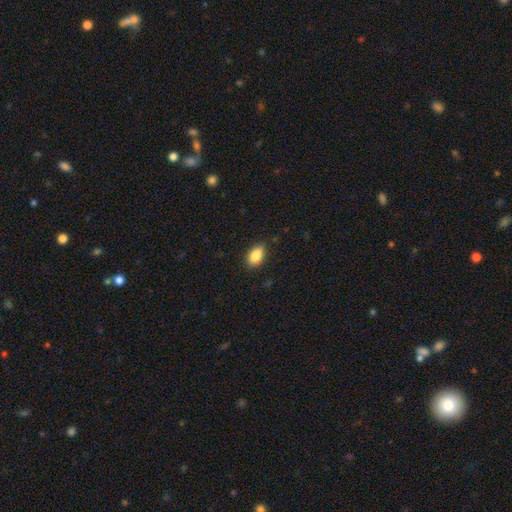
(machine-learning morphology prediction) Smooth or featured: smooth — 86% (star or artifact — 8%)
How rounded: in between — 88% (round — 8%)
Merging: none — 77% (minor disturbance — 18%)